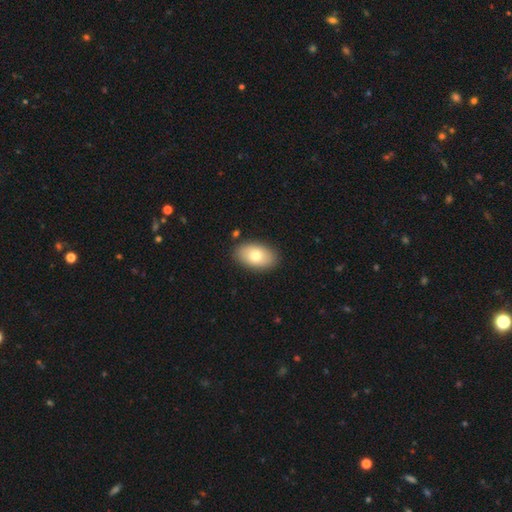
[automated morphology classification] type=smooth (76%); roundness=in between (92%); merging=none (87%).